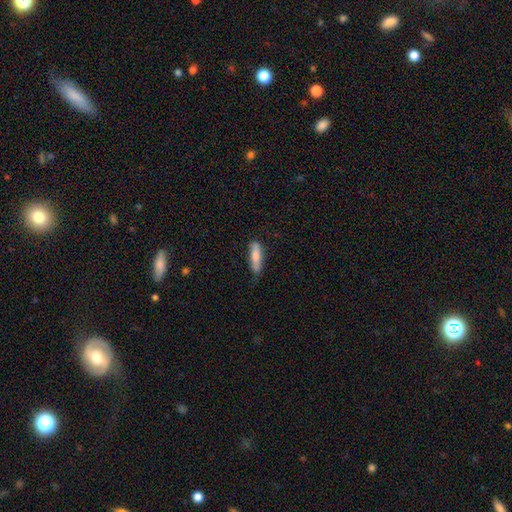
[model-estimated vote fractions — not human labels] Smooth or featured: smooth — 79% (featured or disk — 15%)
How rounded: cigar-shaped — 67% (in between — 32%)
Merging: none — 71% (minor disturbance — 24%)